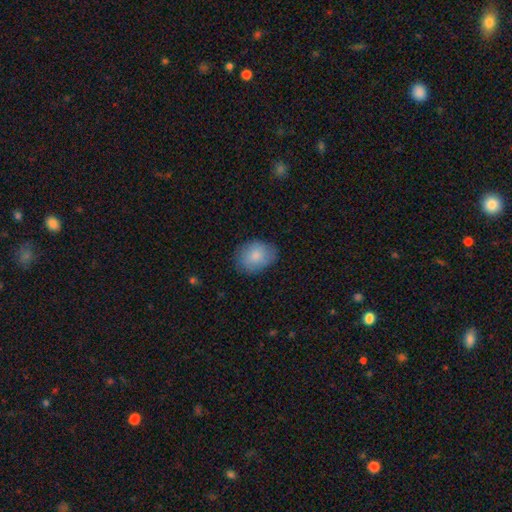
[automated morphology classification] The model was most divided on "how rounded": in between: 66%, round: 33%, cigar-shaped: 1%. More confident: smooth or featured — smooth (84%); merging — none (79%).